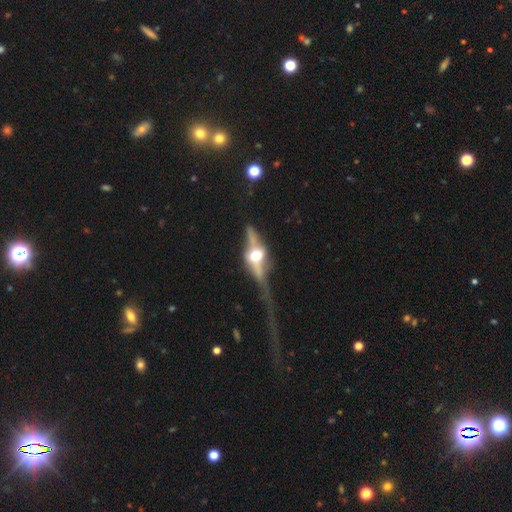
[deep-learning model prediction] smooth-or-featured: featured or disk: 73% | smooth: 18% | star or artifact: 9%
  disk-edge-on: yes: 83% | no: 17%
    edge-on-bulge: rounded: 95% | boxy: 3% | none: 2%
  merging: none: 45% | major disturbance: 28% | minor disturbance: 19% | merger: 7%